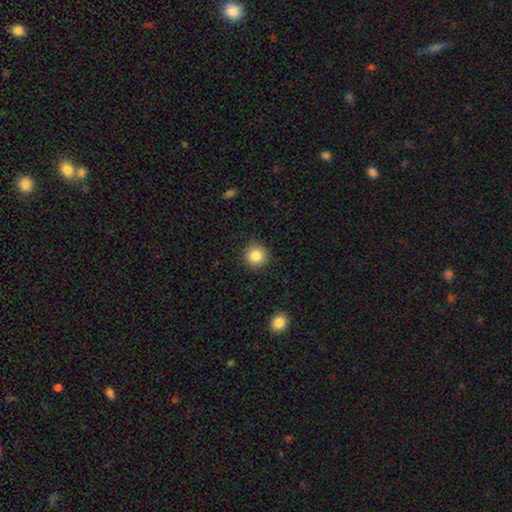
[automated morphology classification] Smooth or featured? smooth (85%)
How rounded? round (93%)
Merging? none (89%)